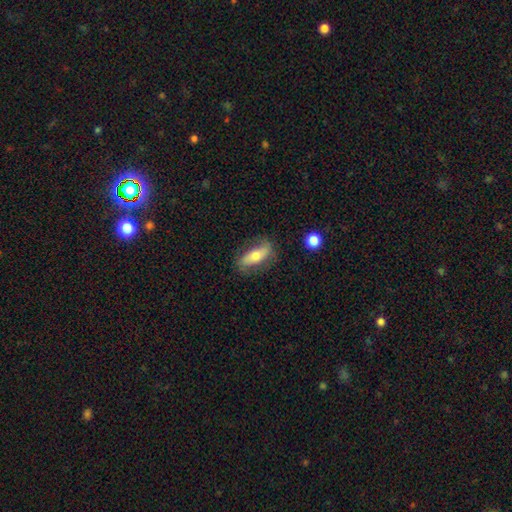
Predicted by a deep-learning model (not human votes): This appears to be a smooth galaxy with no disk features (56%) that is in between round and cigar-shaped (59%). Merging: none (75%).